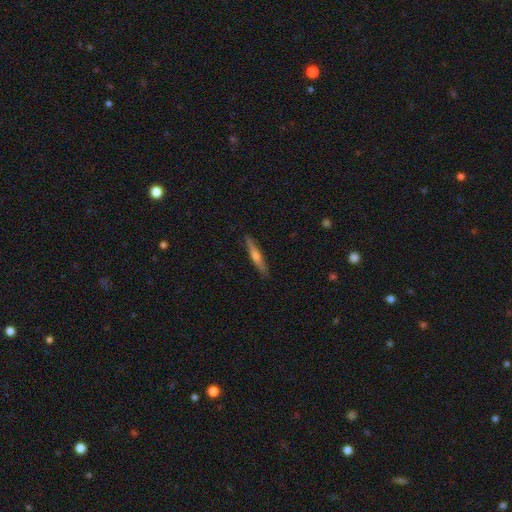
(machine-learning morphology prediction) Smooth or featured? Predicted: featured or disk (p=0.53). Edge-on disk? Predicted: yes (p=0.96). Edge-on bulge? Predicted: rounded (p=0.80). Merging? Predicted: none (p=0.90).